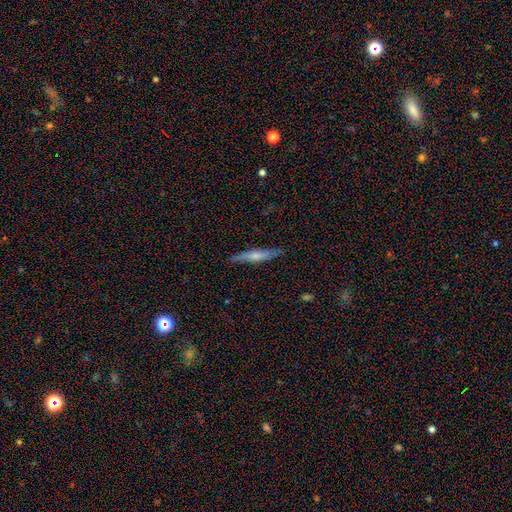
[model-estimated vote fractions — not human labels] Smooth or featured: smooth — 48% (featured or disk — 46%)
Merging: none — 86% (minor disturbance — 11%)